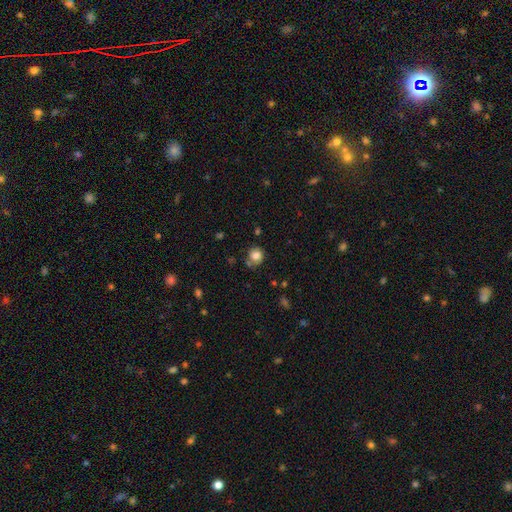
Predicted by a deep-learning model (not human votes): The model was most divided on "merging": none: 69%, minor disturbance: 17%, merger: 9%, major disturbance: 5%. More confident: how rounded — round (83%); smooth or featured — smooth (80%).